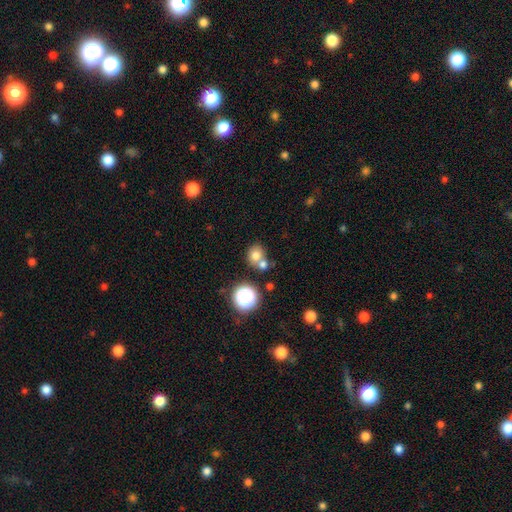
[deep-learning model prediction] A smooth galaxy with no disk features (73%) that is round (75%). Merging: none (50%).